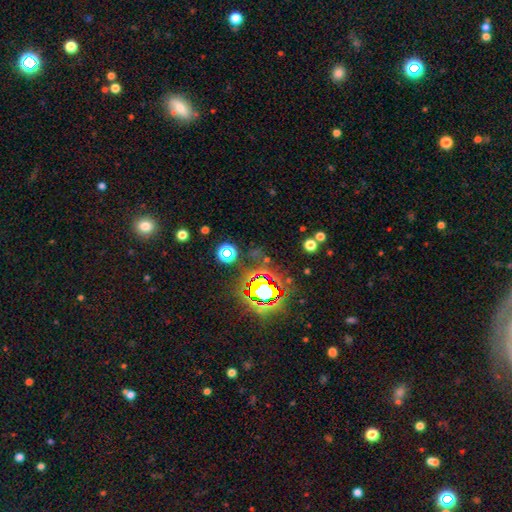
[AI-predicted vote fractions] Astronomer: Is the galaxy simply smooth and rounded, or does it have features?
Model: star or artifact — 76%.